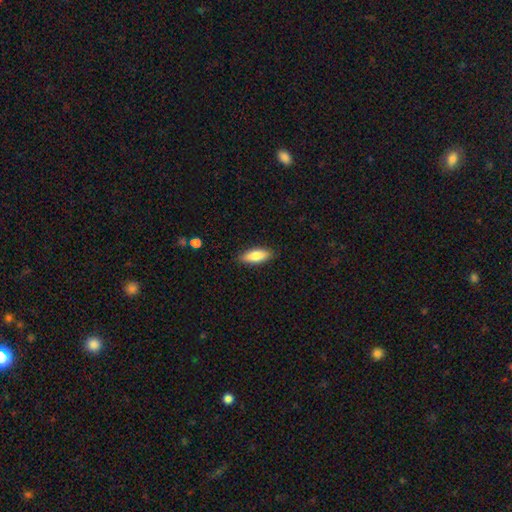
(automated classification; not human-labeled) A smooth galaxy with no disk features (81%) that is in between round and cigar-shaped (67%). Merging: none (87%).